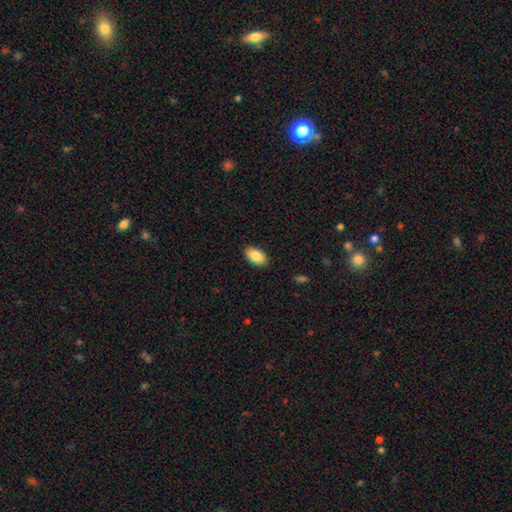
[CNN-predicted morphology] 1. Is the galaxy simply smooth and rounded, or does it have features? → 88% smooth, 7% star or artifact, 6% featured or disk.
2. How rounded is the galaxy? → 94% in between, 4% round, 2% cigar-shaped.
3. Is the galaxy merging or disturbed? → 88% none, 9% minor disturbance, 2% major disturbance, 1% merger.